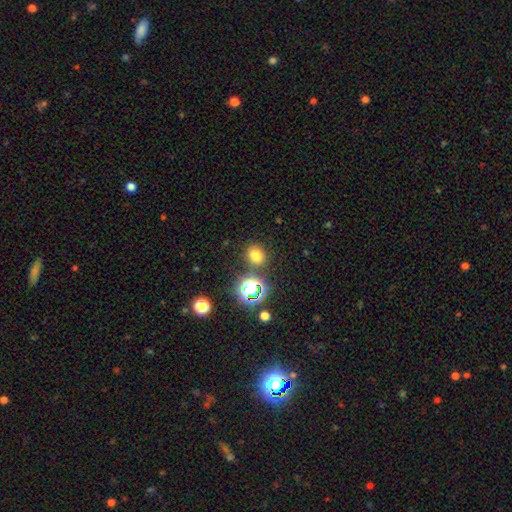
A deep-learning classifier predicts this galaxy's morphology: This is likely a smooth galaxy (72%). How rounded: likely round (69%). Merging: clearly none (81%).